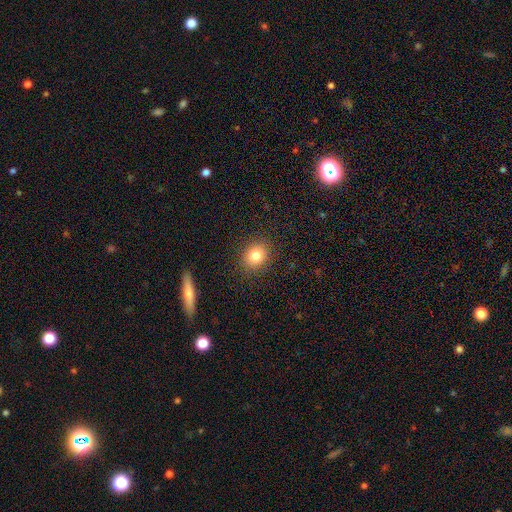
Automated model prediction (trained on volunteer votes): The model was most divided on "how rounded": round: 67%, in between: 32%, cigar-shaped: 1%. More confident: merging — none (88%); smooth or featured — smooth (81%).